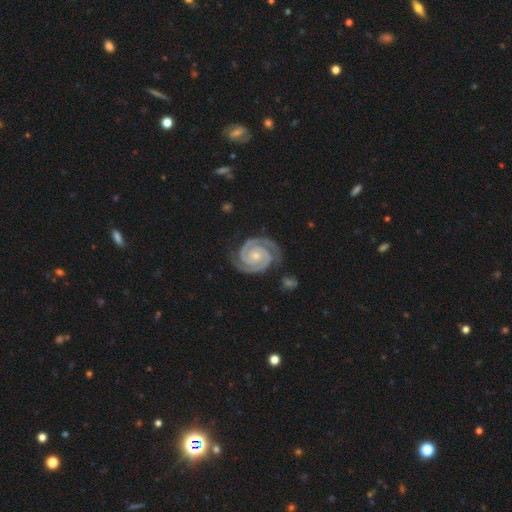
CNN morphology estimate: featured or disk 94%, star or artifact 4%, smooth 2%. Down the decision tree: edge-on disk — no (98%); bar — no (74%); spiral arms — yes (99%); spiral arm count — 2 (92%); spiral winding — tight (79%); bulge size — small (69%); merging — none (82%).